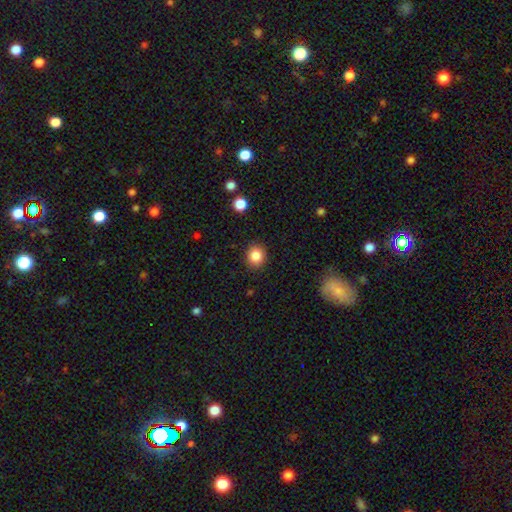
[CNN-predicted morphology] Smooth or featured? smooth (85%)
How rounded? round (77%)
Merging? none (89%)